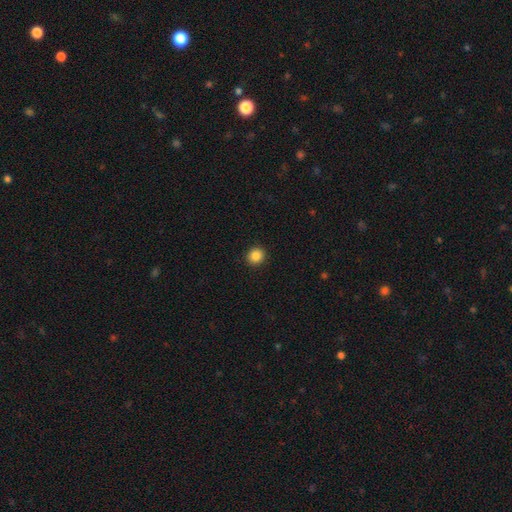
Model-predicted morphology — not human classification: Smooth or featured?
  - smooth: 86% *
  - star or artifact: 10%
  - featured or disk: 4%
How rounded?
  - round: 85% *
  - in between: 14%
  - cigar-shaped: 1%
Merging?
  - none: 92% *
  - minor disturbance: 5%
  - major disturbance: 2%
  - merger: 1%